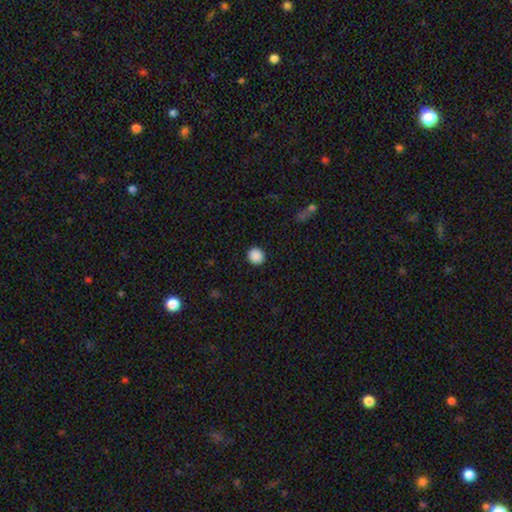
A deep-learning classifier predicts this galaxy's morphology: type=smooth (89%); roundness=round (87%); merging=none (92%).